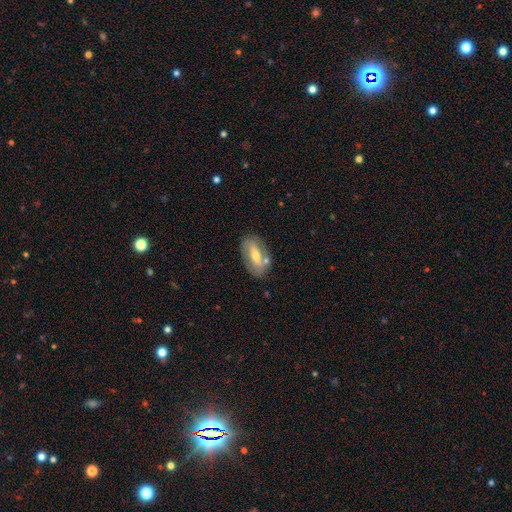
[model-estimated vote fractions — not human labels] Smooth or featured: featured or disk — 47% (smooth — 46%)
Merging: none — 74% (minor disturbance — 14%)